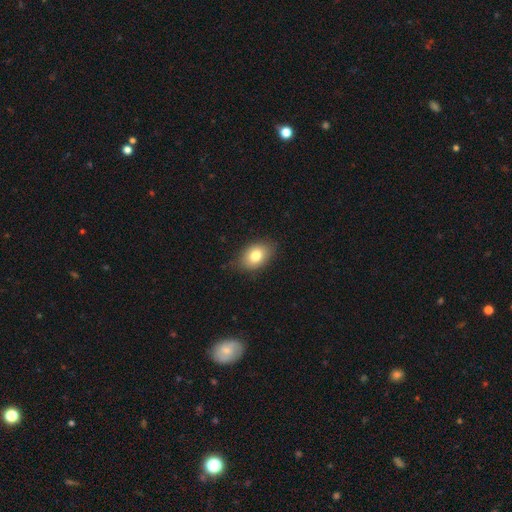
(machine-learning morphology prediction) Overall: smooth (80%). How rounded: in between (81%). Merging: none (82%).